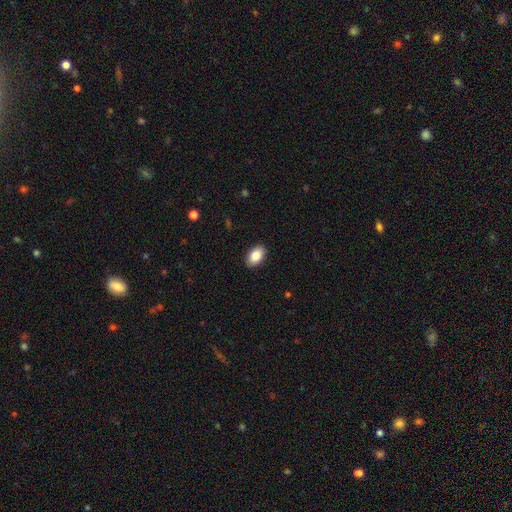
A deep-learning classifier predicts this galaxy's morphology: Smooth or featured? smooth (86%)
How rounded? in between (93%)
Merging? none (90%)